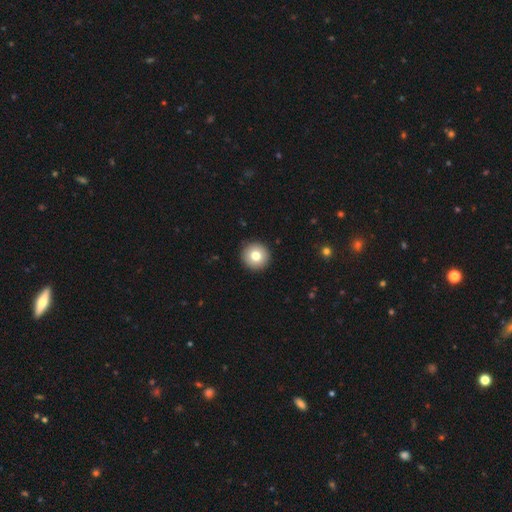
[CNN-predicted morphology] type=smooth (78%); roundness=round (96%); merging=none (93%).